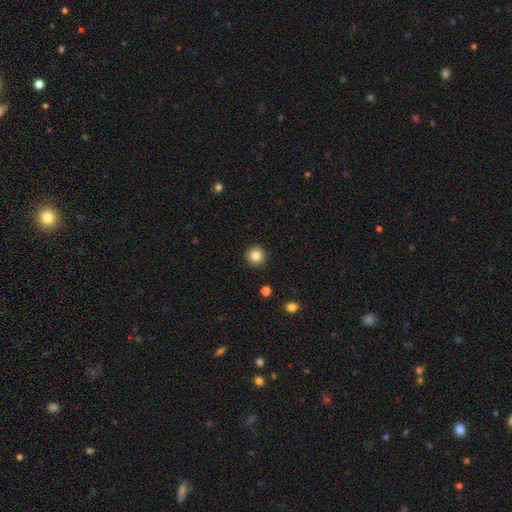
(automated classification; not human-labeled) A smooth galaxy with no disk features (84%) that is round (95%).

Vote fractions:
- Smooth or featured? smooth: 84% / star or artifact: 10% / featured or disk: 6%
- How rounded? round: 95% / in between: 4% / cigar-shaped: 1%
- Merging? none: 93% / minor disturbance: 4% / major disturbance: 2% / merger: 1%